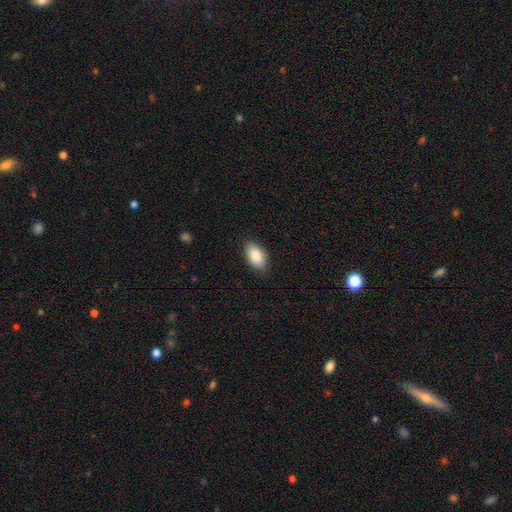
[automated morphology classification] smooth_or_featured: smooth (p=0.88) [alt: star or artifact p=0.06]
how_rounded: in between (p=0.93) [alt: round p=0.03]
merging: none (p=0.85) [alt: minor disturbance p=0.12]